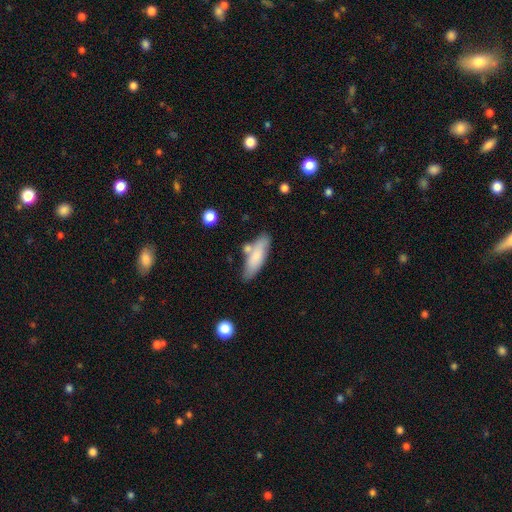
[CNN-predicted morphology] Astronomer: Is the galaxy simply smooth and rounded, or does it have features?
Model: smooth — 77%.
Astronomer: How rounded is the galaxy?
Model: in between — 51% (runner-up: cigar-shaped, 47%).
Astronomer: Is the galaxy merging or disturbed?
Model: none — 66%.